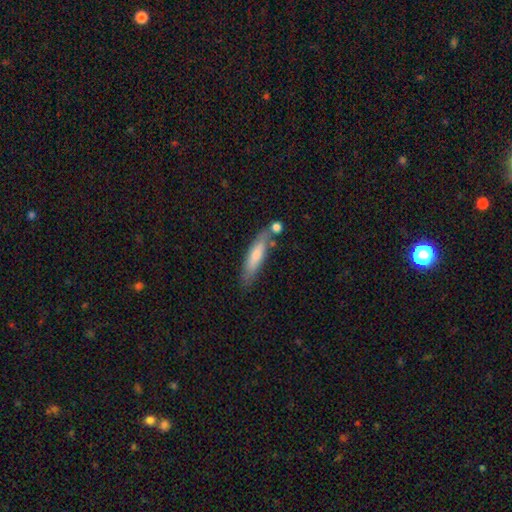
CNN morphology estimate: Q: Smooth or featured?
A: smooth (63%); runner-up: featured or disk (31%)
Q: How rounded?
A: cigar-shaped (83%); runner-up: in between (16%)
Q: Merging?
A: none (69%); runner-up: minor disturbance (17%)